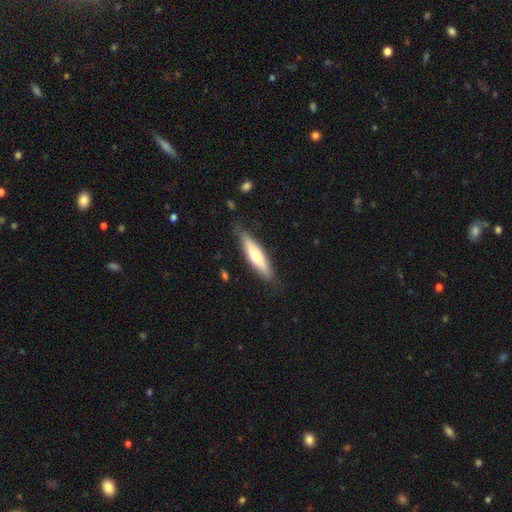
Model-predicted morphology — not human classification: smooth-or-featured: smooth: 62% | featured or disk: 33% | star or artifact: 5%
  how-rounded: cigar-shaped: 72% | in between: 26% | round: 1%
  merging: none: 81% | minor disturbance: 14% | major disturbance: 3% | merger: 1%